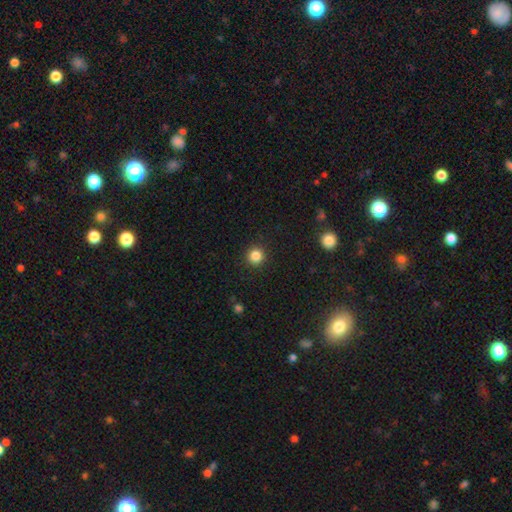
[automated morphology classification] This is clearly a smooth galaxy (85%). How rounded: clearly round (94%). Merging: clearly none (92%).